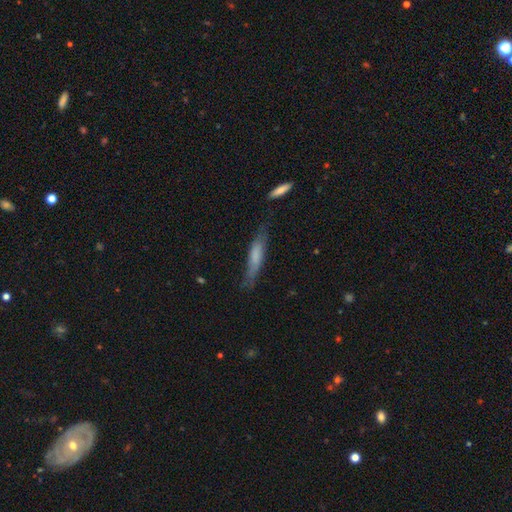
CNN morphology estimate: smooth_or_featured: smooth (p=0.60) [alt: featured or disk p=0.33]
how_rounded: cigar-shaped (p=0.87) [alt: in between p=0.12]
merging: none (p=0.64) [alt: minor disturbance p=0.25]